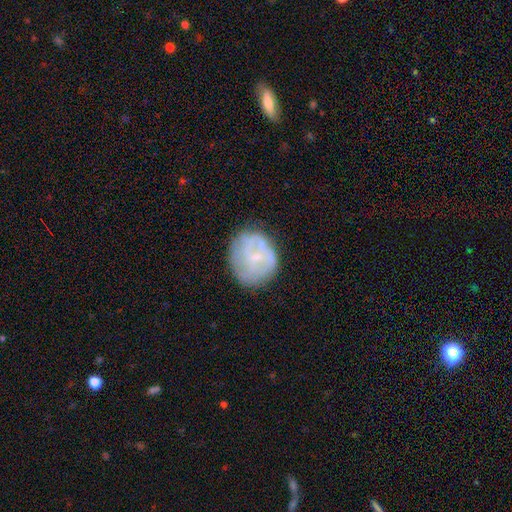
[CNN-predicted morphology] Smooth or featured? Predicted: featured or disk (p=0.51). Edge-on disk? Predicted: no (p=0.98). Bar? Predicted: no (p=0.67). Spiral arms? Predicted: no (p=0.62). Bulge size? Predicted: small (p=0.55). Merging? Predicted: none (p=0.65).